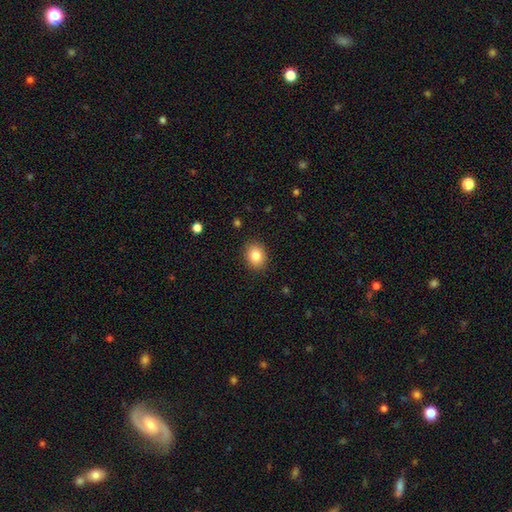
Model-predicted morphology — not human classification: smooth_or_featured: smooth (p=0.84) [alt: star or artifact p=0.09]
how_rounded: round (p=0.50) [alt: in between p=0.49]
merging: none (p=0.89) [alt: minor disturbance p=0.08]